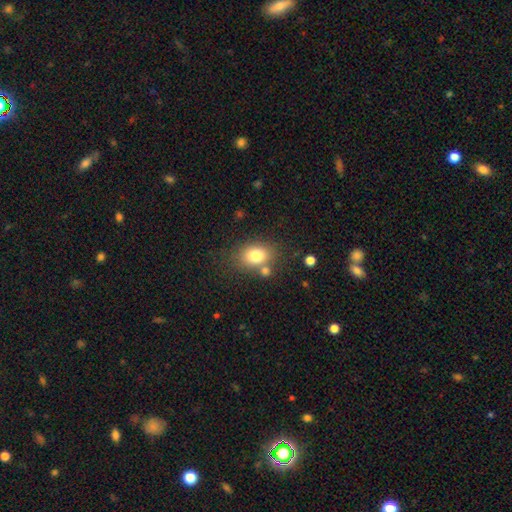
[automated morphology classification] This is likely a smooth galaxy (78%). How rounded: likely in between (65%). Merging: likely none (67%).